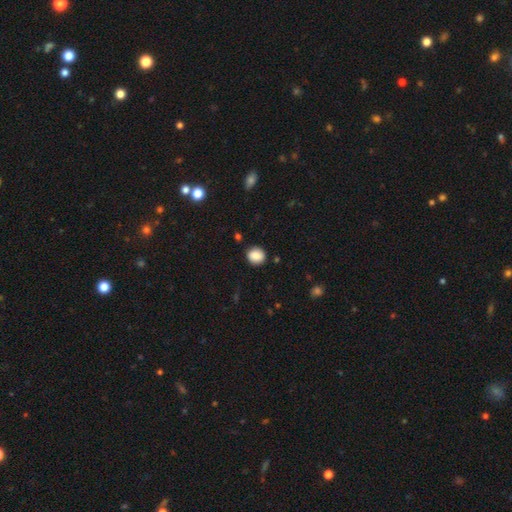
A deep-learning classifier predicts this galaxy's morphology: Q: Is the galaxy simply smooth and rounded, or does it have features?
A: smooth — 88%.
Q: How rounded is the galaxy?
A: round — 82%.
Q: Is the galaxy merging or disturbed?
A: none — 89%.